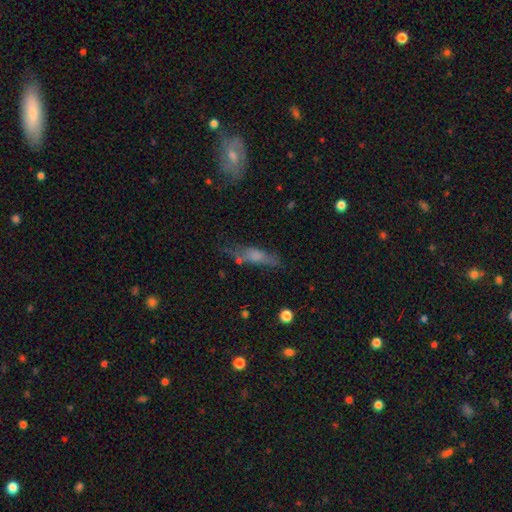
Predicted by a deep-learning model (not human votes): Morphology: type=smooth (55%); roundness=cigar-shaped (65%); merging=none (57%).